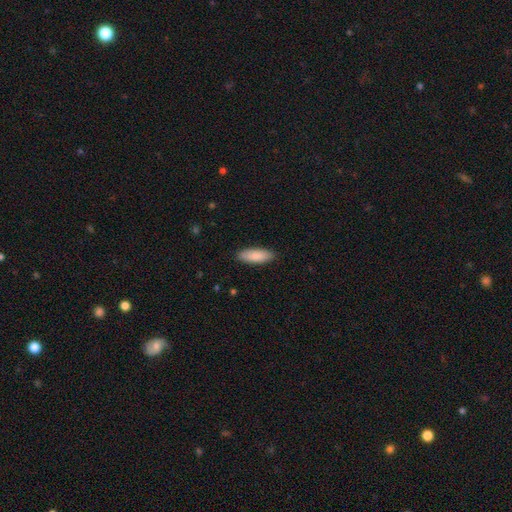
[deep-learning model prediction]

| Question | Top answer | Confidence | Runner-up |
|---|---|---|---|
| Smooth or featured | smooth | 87% | featured or disk (7%) |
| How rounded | in between | 64% | cigar-shaped (34%) |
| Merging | none | 89% | minor disturbance (8%) |